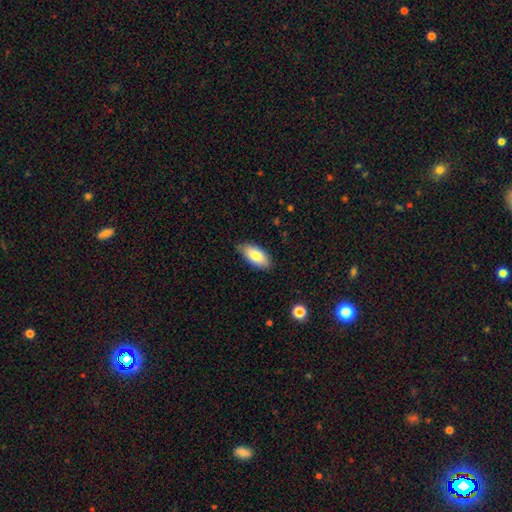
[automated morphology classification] Q: Smooth or featured?
A: smooth (81%); runner-up: featured or disk (13%)
Q: How rounded?
A: in between (92%); runner-up: cigar-shaped (6%)
Q: Merging?
A: none (78%); runner-up: minor disturbance (18%)